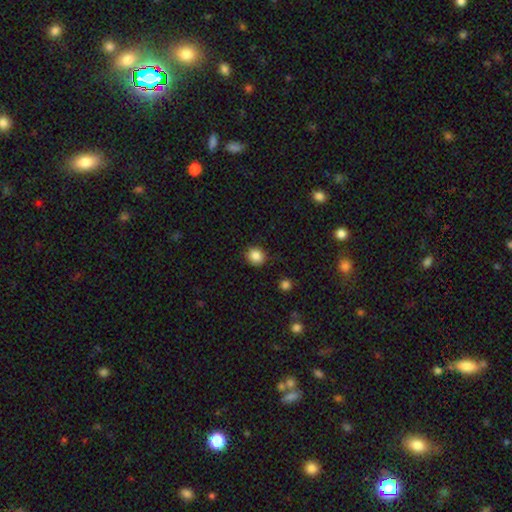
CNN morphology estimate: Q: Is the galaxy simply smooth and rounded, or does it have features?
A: smooth — 86%.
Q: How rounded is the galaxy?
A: round — 87%.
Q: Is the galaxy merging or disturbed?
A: none — 88%.